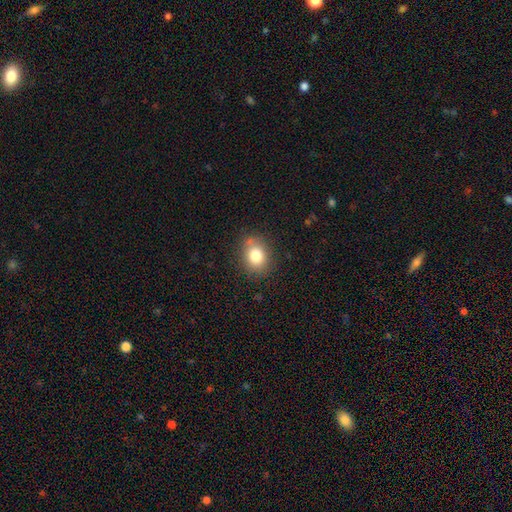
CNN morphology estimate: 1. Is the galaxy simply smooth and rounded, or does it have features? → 80% smooth, 10% star or artifact, 9% featured or disk.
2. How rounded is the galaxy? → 50% in between, 49% round, 1% cigar-shaped.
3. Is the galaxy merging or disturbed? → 79% none, 14% minor disturbance, 4% major disturbance, 3% merger.